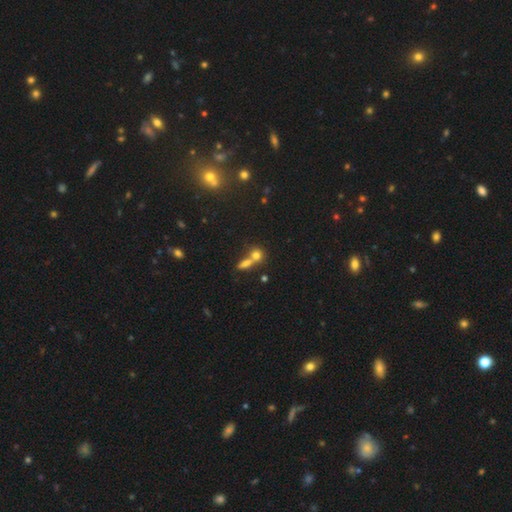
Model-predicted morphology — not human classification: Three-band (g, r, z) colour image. It shows a smooth galaxy with no disk features (72%) that is round (65%). Merging: merger (47%).